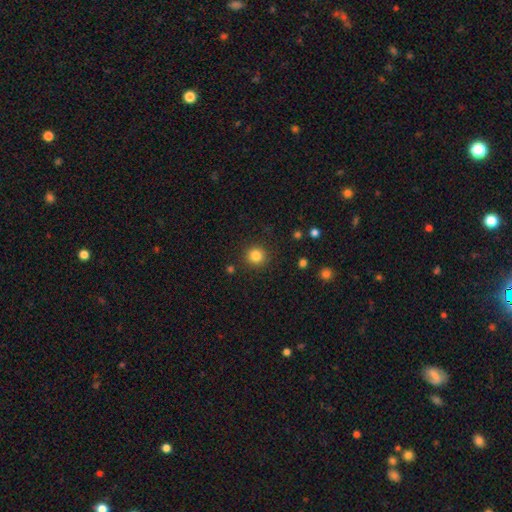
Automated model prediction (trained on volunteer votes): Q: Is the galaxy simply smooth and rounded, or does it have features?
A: smooth — 84%.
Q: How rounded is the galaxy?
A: round — 93%.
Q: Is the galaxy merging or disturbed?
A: none — 90%.